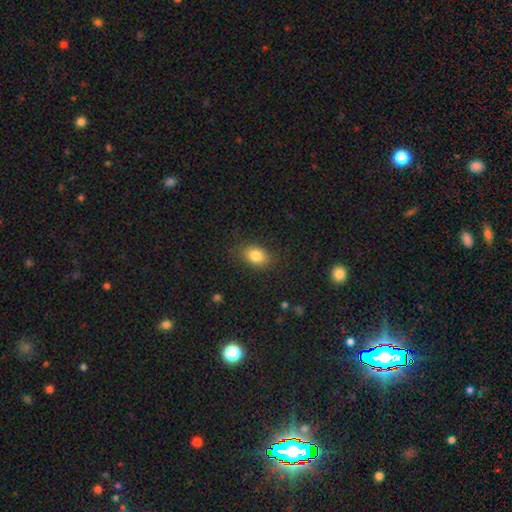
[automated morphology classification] Smooth or featured? smooth (84%)
How rounded? in between (77%)
Merging? none (82%)